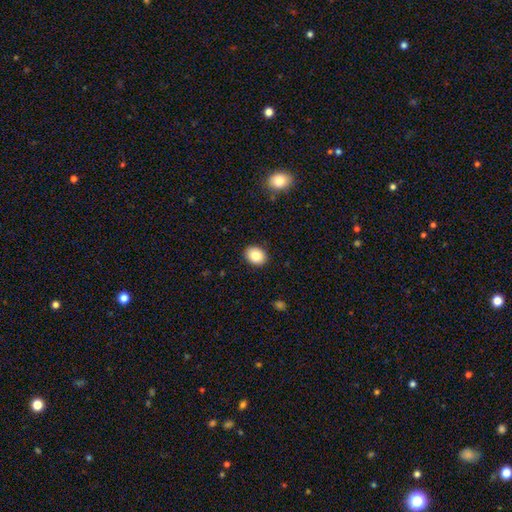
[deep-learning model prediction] smooth 84%, star or artifact 9%, featured or disk 8%. Down the decision tree: how rounded — in between (54%); merging — none (90%).